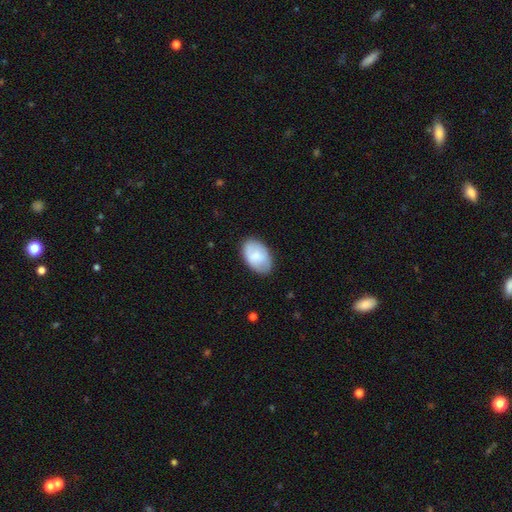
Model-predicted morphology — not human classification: type=smooth (74%); roundness=in between (92%); merging=none (80%).